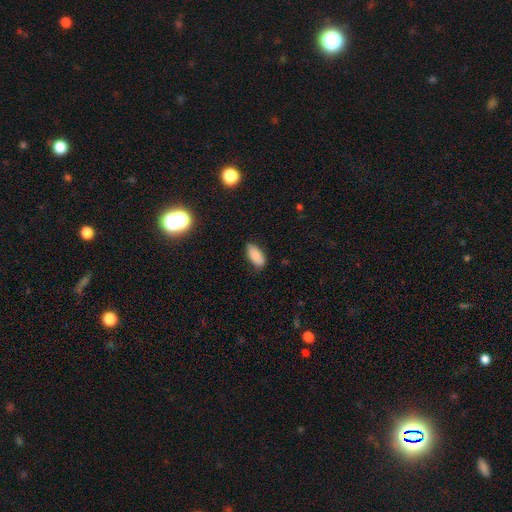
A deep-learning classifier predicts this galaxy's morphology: Smooth or featured?
  - smooth: 82% *
  - featured or disk: 9%
  - star or artifact: 8%
How rounded?
  - in between: 90% *
  - cigar-shaped: 7%
  - round: 3%
Merging?
  - none: 77% *
  - minor disturbance: 19%
  - major disturbance: 3%
  - merger: 1%